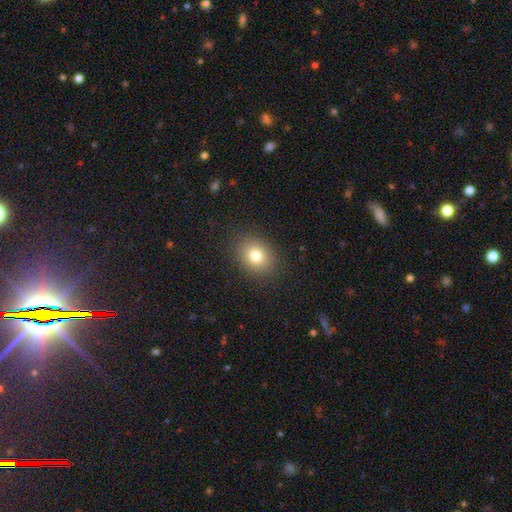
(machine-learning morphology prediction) smooth_or_featured: smooth (p=0.79) [alt: star or artifact p=0.12]
how_rounded: round (p=0.51) [alt: in between p=0.48]
merging: none (p=0.88) [alt: minor disturbance p=0.08]